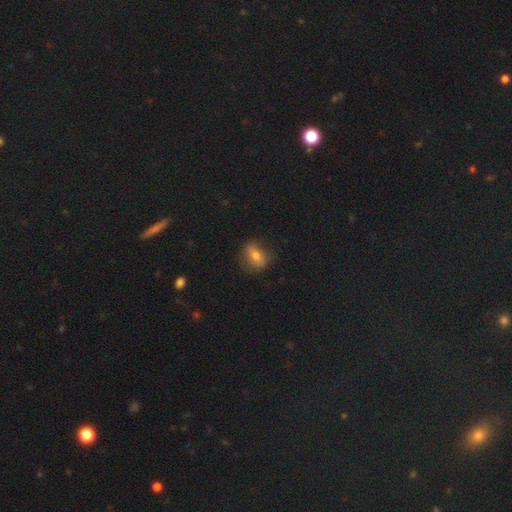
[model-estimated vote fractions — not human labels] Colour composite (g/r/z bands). It shows a smooth galaxy with no disk features (65%) that is in between round and cigar-shaped (62%). Merging: none (72%).